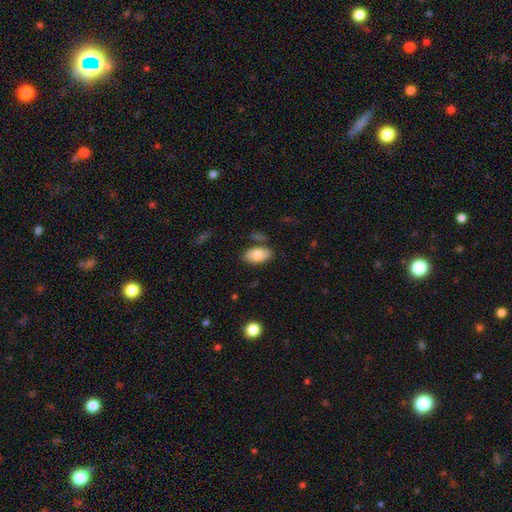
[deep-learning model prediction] This is clearly a smooth galaxy (80%). How rounded: clearly in between (94%). Merging: likely none (74%).